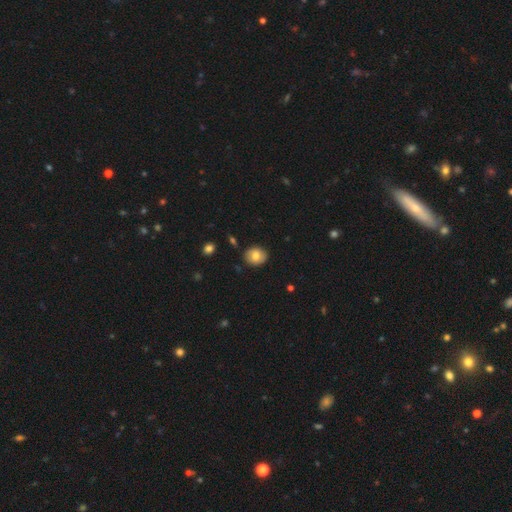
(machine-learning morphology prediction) Q: Smooth or featured?
A: smooth (75%); runner-up: featured or disk (16%)
Q: How rounded?
A: round (65%); runner-up: in between (34%)
Q: Merging?
A: none (85%); runner-up: minor disturbance (11%)